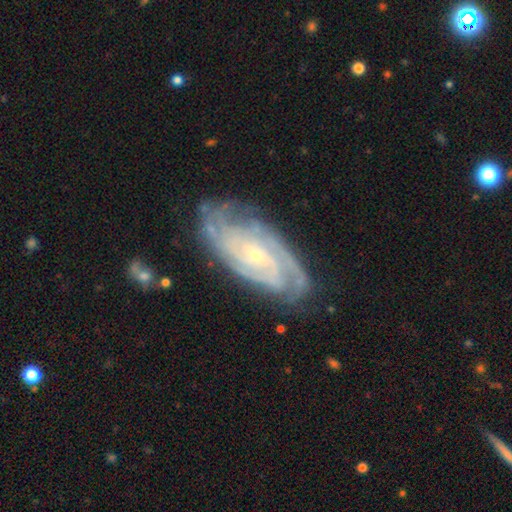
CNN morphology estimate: smooth-or-featured: featured or disk: 89% | smooth: 6% | star or artifact: 5%
  disk-edge-on: no: 94% | yes: 6%
    bar: no: 57% | weak: 32% | strong: 10%
    has-spiral-arms: yes: 98% | no: 2%
      spiral-winding: tight: 70% | medium: 25% | loose: 4%
      spiral-arm-count: can't tell: 24% | 3: 23% | 2: 22% | 4: 18% | more than 4: 7% | 1: 6%
    bulge-size: small: 78% | moderate: 18% | none: 2% | large: 1% | dominant: 1%
  merging: none: 76% | minor disturbance: 17% | major disturbance: 5% | merger: 2%